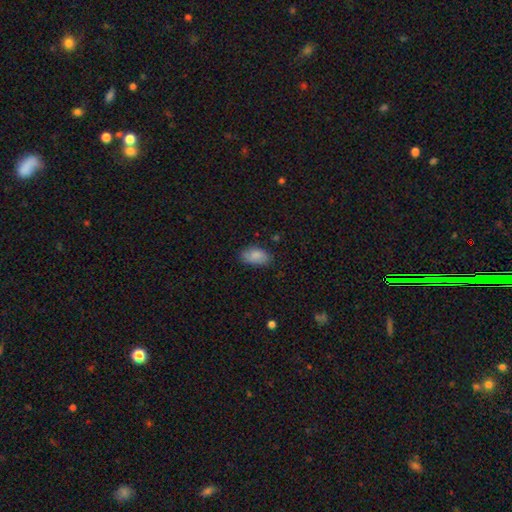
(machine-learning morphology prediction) This appears to be a smooth galaxy with no disk features (85%) that is in between round and cigar-shaped (93%). Merging: none (75%).